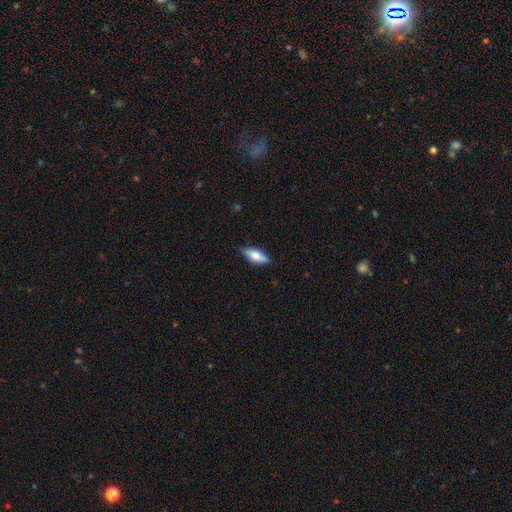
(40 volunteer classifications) This appears to be a smooth galaxy with no disk features (68%) that is in between round and cigar-shaped (78%). Merging: none (94%).